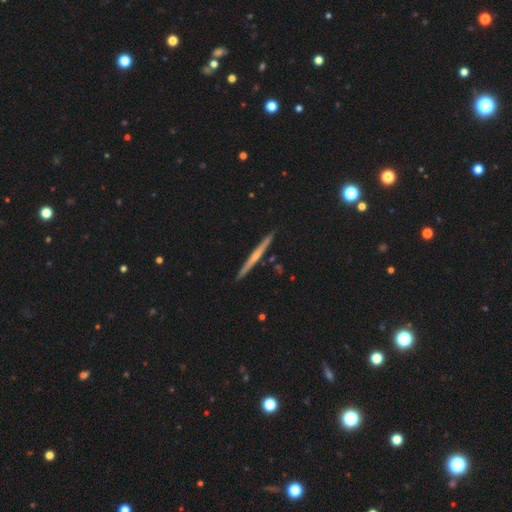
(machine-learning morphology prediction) This appears to be a featured or disk galaxy (62%) viewed edge-on (98%) with no central bulge (50%). Merging: none (90%).